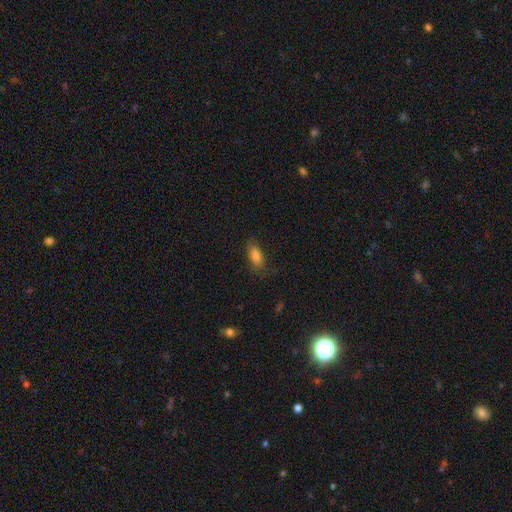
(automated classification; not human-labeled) Overall: smooth (81%). How rounded: in between (80%). Merging: none (72%).